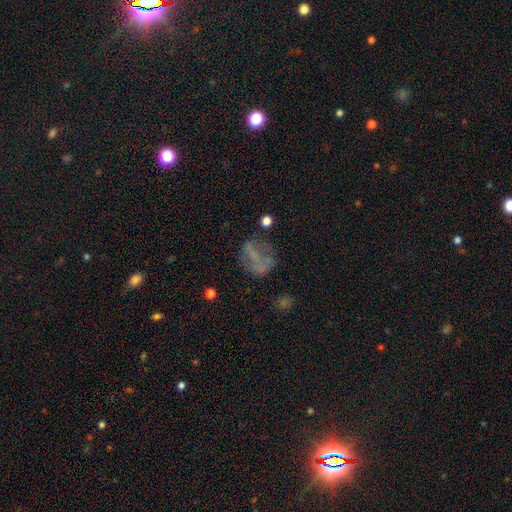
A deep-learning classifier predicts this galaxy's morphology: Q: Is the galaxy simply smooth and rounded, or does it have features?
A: smooth — 40%, tied with featured or disk.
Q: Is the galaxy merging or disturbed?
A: none — 49%.